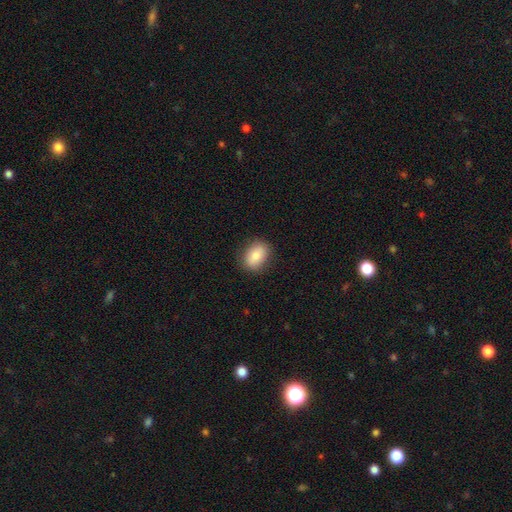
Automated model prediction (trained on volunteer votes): Smooth or featured: smooth — 83% (featured or disk — 9%)
How rounded: in between — 77% (round — 22%)
Merging: none — 86% (minor disturbance — 10%)